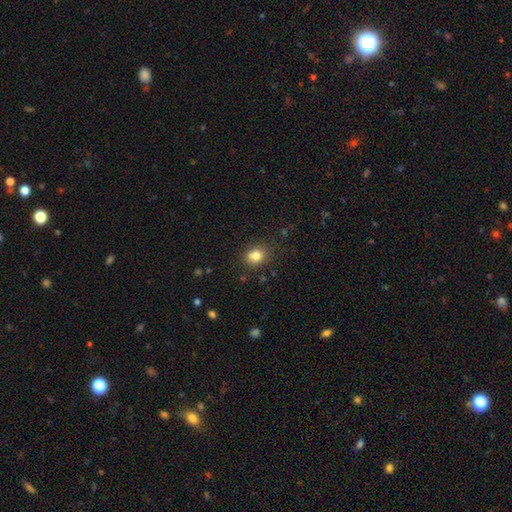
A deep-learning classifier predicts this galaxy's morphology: smooth 81%, star or artifact 12%, featured or disk 7%. Down the decision tree: how rounded — round (57%); merging — none (73%).